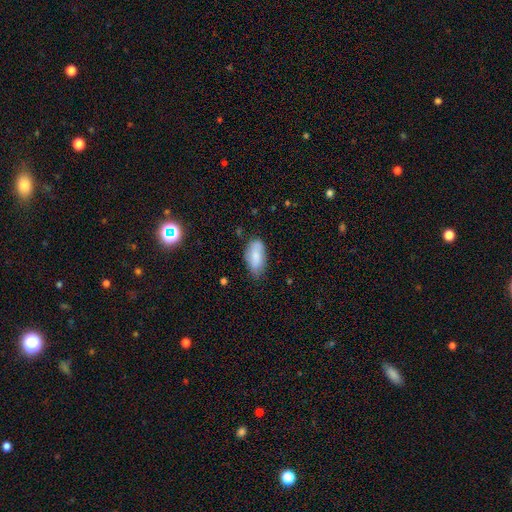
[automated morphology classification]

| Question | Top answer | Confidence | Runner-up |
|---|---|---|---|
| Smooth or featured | smooth | 77% | featured or disk (16%) |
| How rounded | in between | 92% | cigar-shaped (5%) |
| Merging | none | 66% | minor disturbance (27%) |